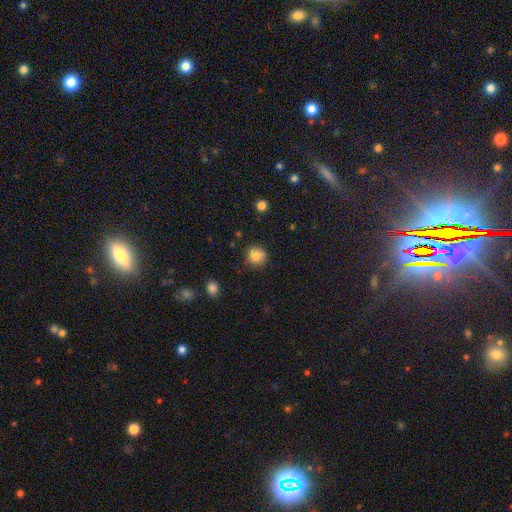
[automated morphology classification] Smooth or featured: smooth — 84% (star or artifact — 10%)
How rounded: round — 90% (in between — 9%)
Merging: none — 85% (minor disturbance — 10%)